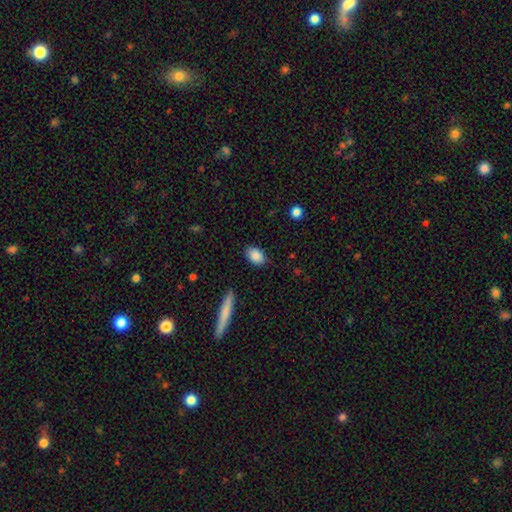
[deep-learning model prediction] smooth-or-featured: smooth: 87% | star or artifact: 7% | featured or disk: 6%
  how-rounded: in between: 89% | round: 9% | cigar-shaped: 2%
  merging: none: 86% | minor disturbance: 10% | major disturbance: 2% | merger: 1%